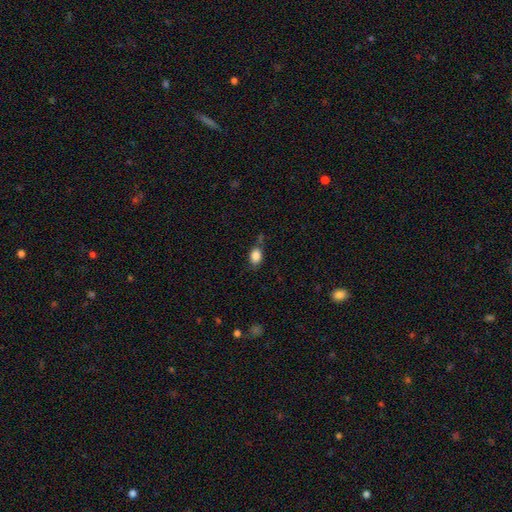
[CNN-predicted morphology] A smooth galaxy with no disk features (85%) that is in between round and cigar-shaped (74%).

Vote fractions:
- Smooth or featured? smooth: 85% / star or artifact: 9% / featured or disk: 6%
- How rounded? in between: 74% / round: 24% / cigar-shaped: 2%
- Merging? none: 65% / minor disturbance: 23% / merger: 6% / major disturbance: 6%